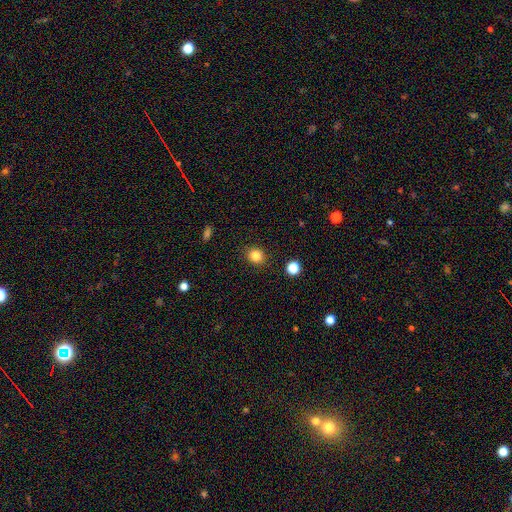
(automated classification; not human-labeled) This appears to be a smooth galaxy with no disk features (83%) that is round (73%). Merging: none (89%).